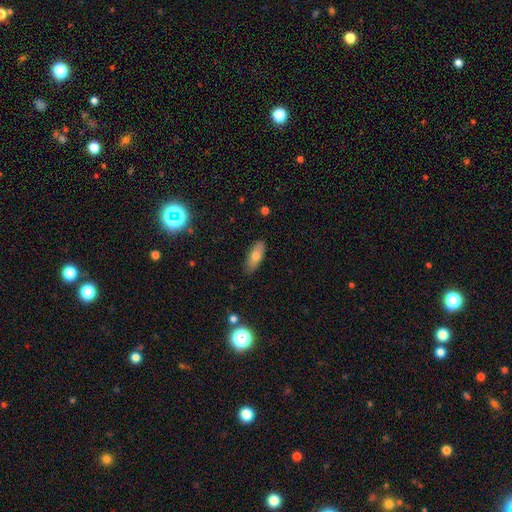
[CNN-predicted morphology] Smooth or featured? smooth (72%)
How rounded? in between (69%)
Merging? none (86%)